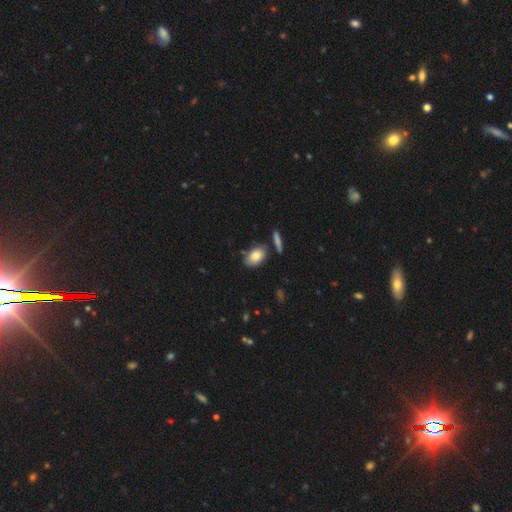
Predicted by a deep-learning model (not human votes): A smooth galaxy with no disk features (82%) that is in between round and cigar-shaped (88%). Merging: none (71%).